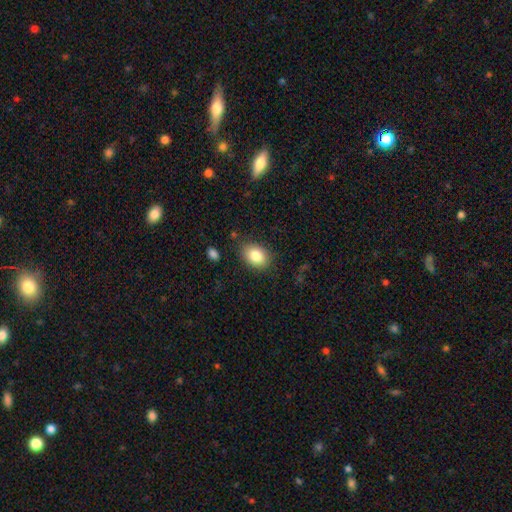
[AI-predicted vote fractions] smooth 84%, star or artifact 8%, featured or disk 8%. Down the decision tree: how rounded — in between (71%); merging — none (82%).